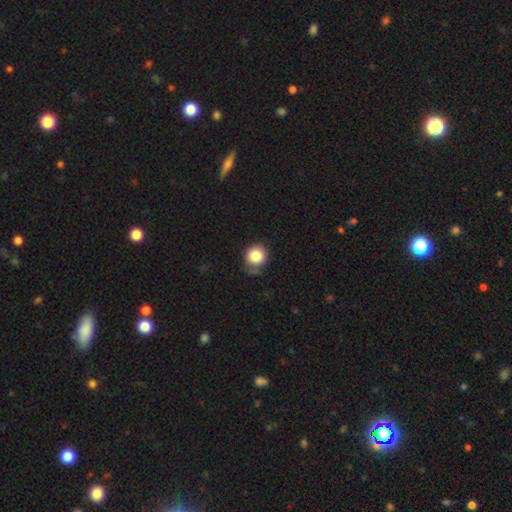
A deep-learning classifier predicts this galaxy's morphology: smooth 84%, star or artifact 9%, featured or disk 6%. Down the decision tree: how rounded — round (89%); merging — none (66%).